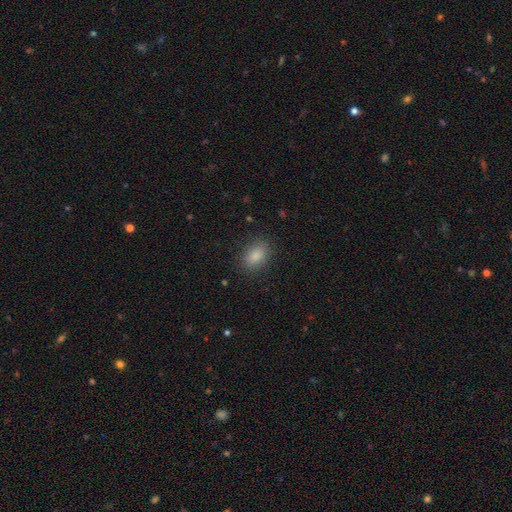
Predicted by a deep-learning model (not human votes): A smooth galaxy with no disk features (86%) that is in between round and cigar-shaped (84%). Merging: none (86%).